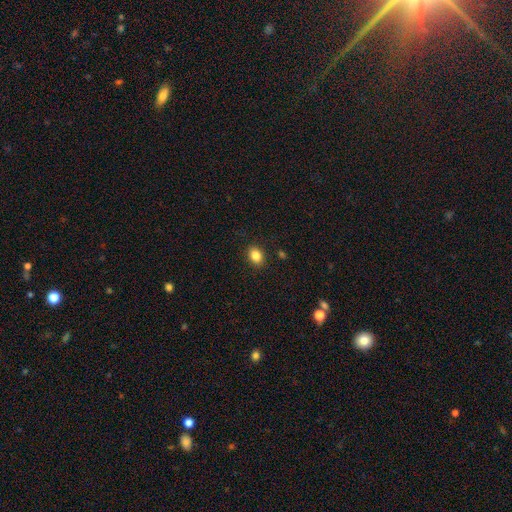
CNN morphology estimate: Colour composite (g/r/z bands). It shows a smooth galaxy with no disk features (85%) that is in between round and cigar-shaped (65%). Merging: none (88%).